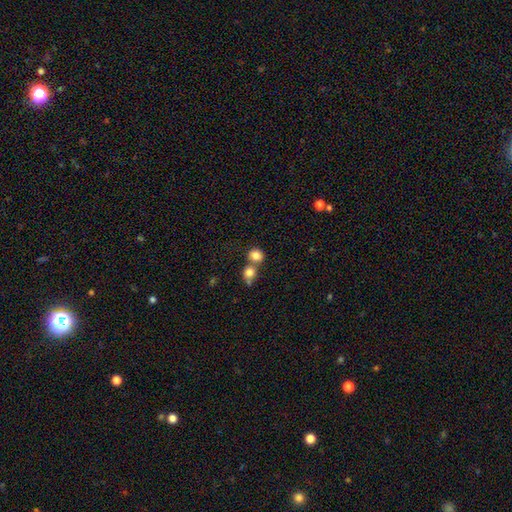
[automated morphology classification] type=smooth (82%); roundness=round (79%); merging=merger (47%).